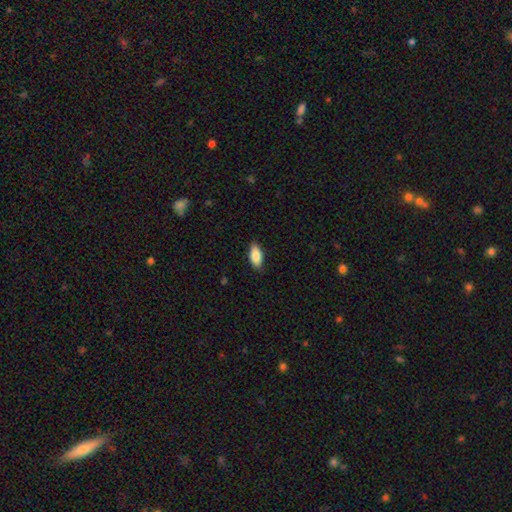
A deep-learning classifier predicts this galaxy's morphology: smooth 86%, featured or disk 8%, star or artifact 6%. Down the decision tree: how rounded — in between (87%); merging — none (84%).